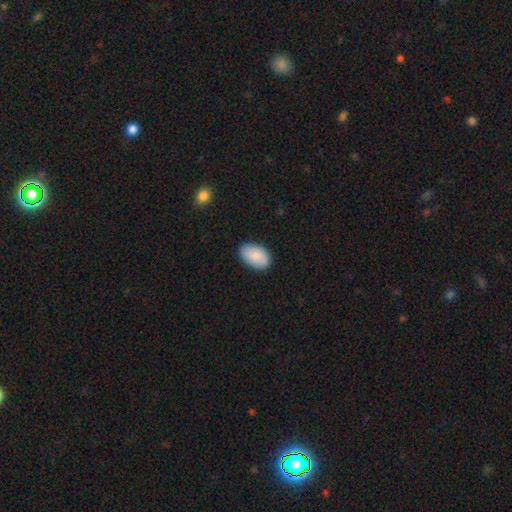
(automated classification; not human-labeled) Q: Smooth or featured?
A: smooth (88%); runner-up: featured or disk (6%)
Q: How rounded?
A: in between (93%); runner-up: round (6%)
Q: Merging?
A: none (84%); runner-up: minor disturbance (12%)